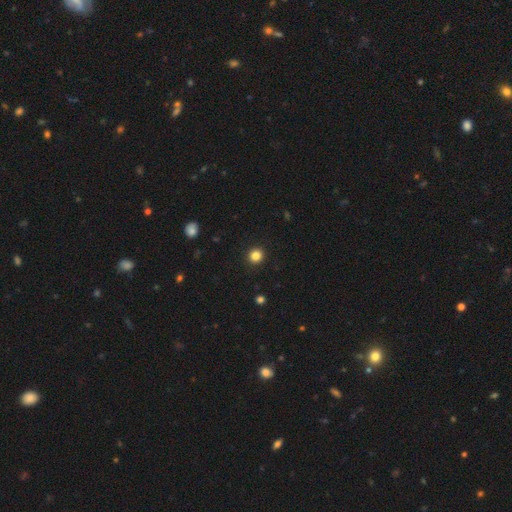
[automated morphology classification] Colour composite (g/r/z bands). It shows a smooth galaxy with no disk features (85%) that is round (91%). Merging: none (93%).